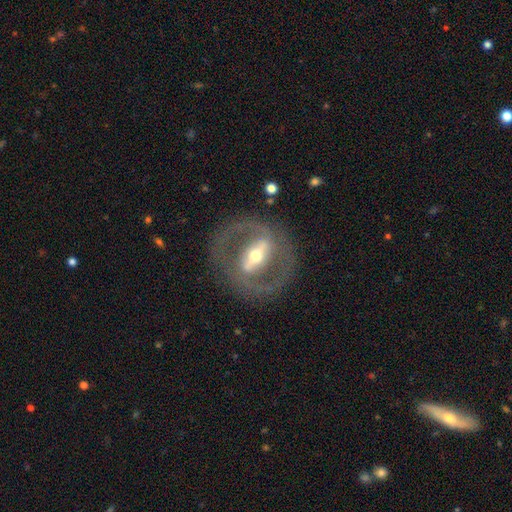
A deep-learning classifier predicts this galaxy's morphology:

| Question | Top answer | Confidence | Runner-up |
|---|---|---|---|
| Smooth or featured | featured or disk | 82% | smooth (12%) |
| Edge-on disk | no | 88% | yes (12%) |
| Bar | strong | 68% | weak (20%) |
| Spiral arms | no | 50% | tied: yes (50%) |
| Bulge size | moderate | 59% | small (30%) |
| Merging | none | 78% | minor disturbance (10%) |